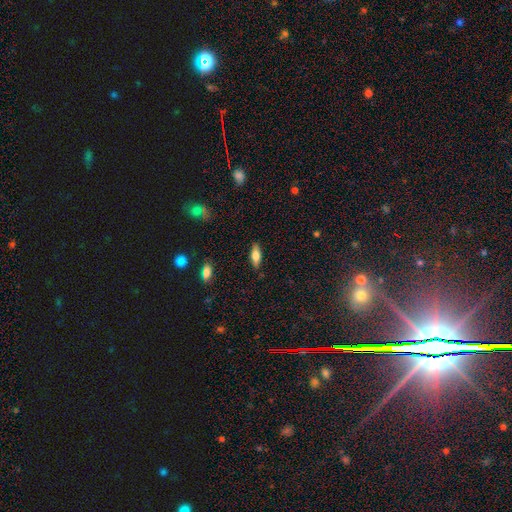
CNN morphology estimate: Smooth or featured? smooth (65%)
How rounded? in between (66%)
Merging? none (86%)